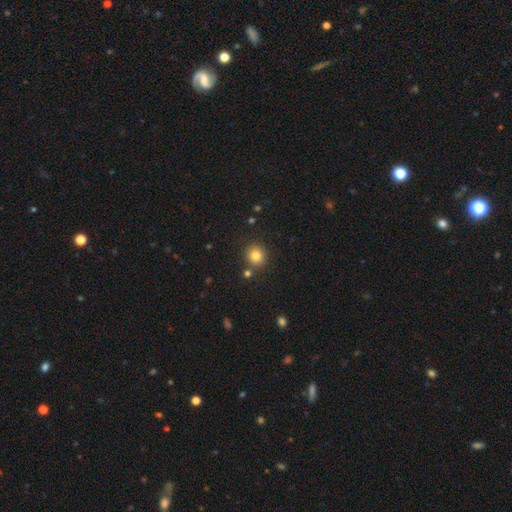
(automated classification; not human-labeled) Morphology: type=smooth (81%); roundness=round (87%); merging=none (84%).